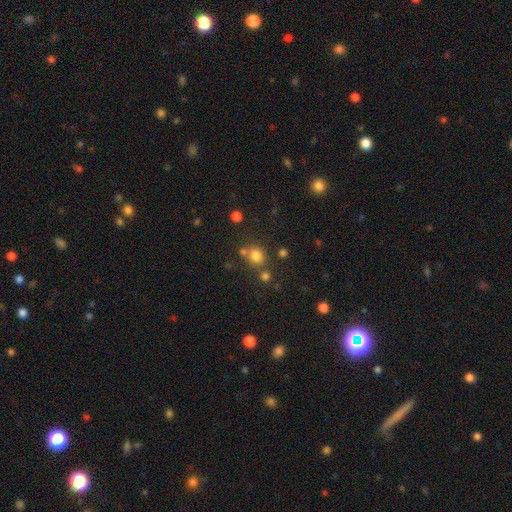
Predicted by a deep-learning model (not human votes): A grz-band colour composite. It shows a smooth galaxy with no disk features (77%) that is round (82%). Merging: none (67%).